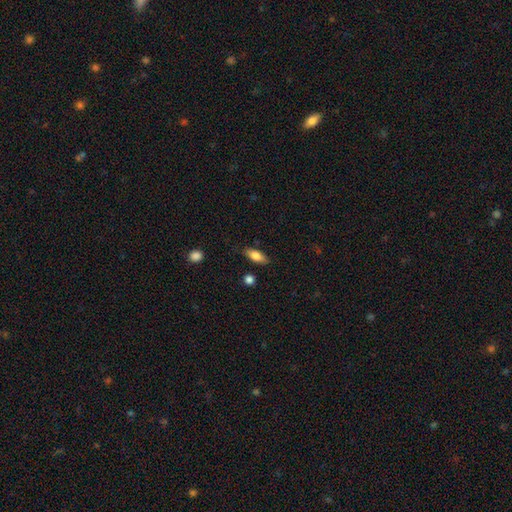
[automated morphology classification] Q: Smooth or featured?
A: smooth (79%); runner-up: featured or disk (13%)
Q: How rounded?
A: in between (78%); runner-up: cigar-shaped (18%)
Q: Merging?
A: none (81%); runner-up: minor disturbance (14%)